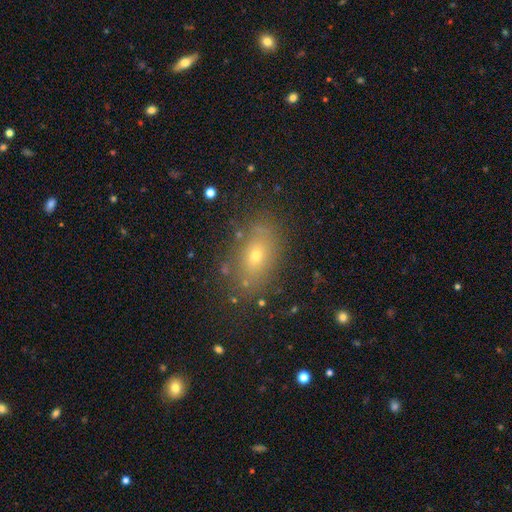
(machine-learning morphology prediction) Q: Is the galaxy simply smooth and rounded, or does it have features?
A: smooth — 59%.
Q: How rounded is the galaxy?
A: in between — 79%.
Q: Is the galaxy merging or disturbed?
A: none — 79%.